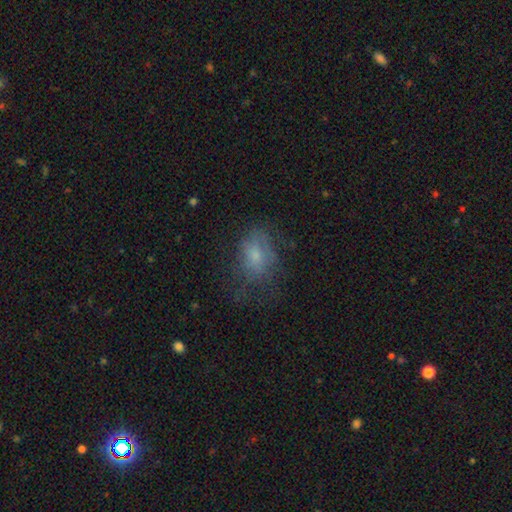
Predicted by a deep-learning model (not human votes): The model was most divided on "merging": none: 46%, major disturbance: 27%, minor disturbance: 26%, merger: 2%. More confident: how rounded — in between (71%); smooth or featured — smooth (59%).